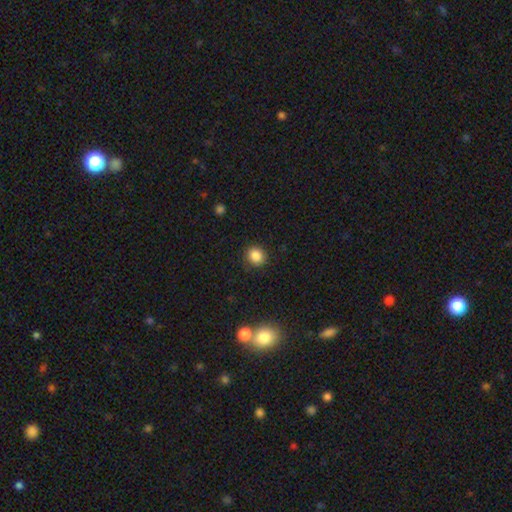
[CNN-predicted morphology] Q: Smooth or featured?
A: smooth (85%); runner-up: star or artifact (11%)
Q: How rounded?
A: round (82%); runner-up: in between (17%)
Q: Merging?
A: none (88%); runner-up: minor disturbance (8%)